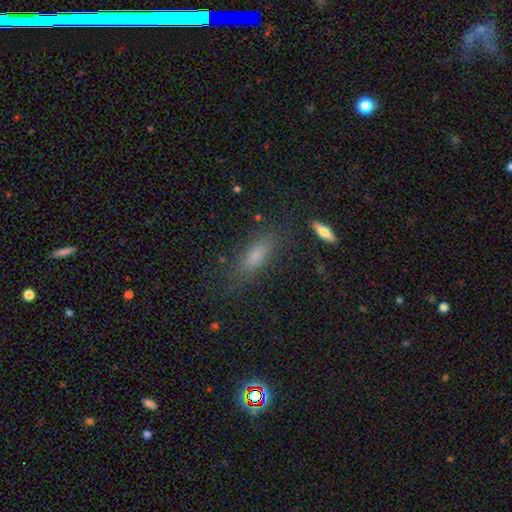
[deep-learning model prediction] Q: Smooth or featured?
A: smooth (72%); runner-up: featured or disk (16%)
Q: How rounded?
A: in between (60%); runner-up: cigar-shaped (36%)
Q: Merging?
A: none (73%); runner-up: minor disturbance (17%)